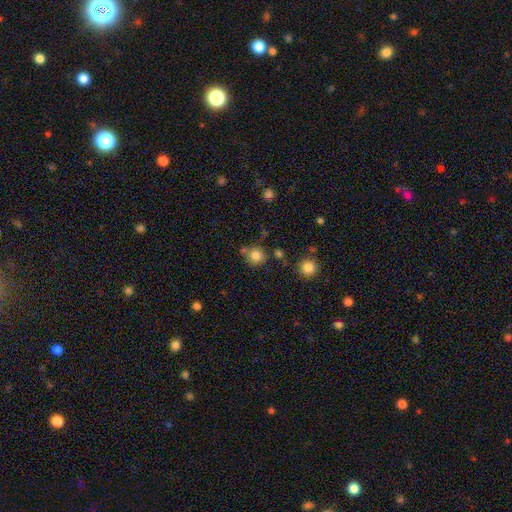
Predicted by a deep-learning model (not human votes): Smooth or featured? Predicted: smooth (p=0.82). How rounded? Predicted: round (p=0.90). Merging? Predicted: none (p=0.70).